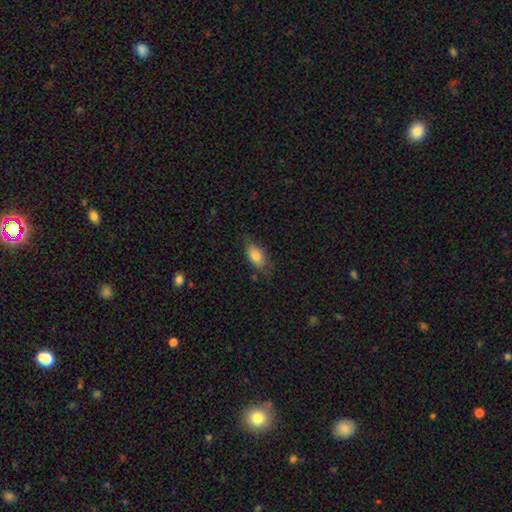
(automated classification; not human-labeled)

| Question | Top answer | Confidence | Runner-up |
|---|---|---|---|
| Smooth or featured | smooth | 78% | featured or disk (15%) |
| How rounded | in between | 88% | cigar-shaped (7%) |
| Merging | none | 71% | minor disturbance (23%) |